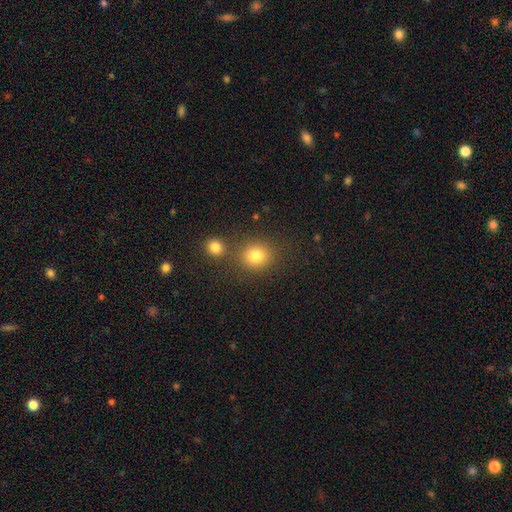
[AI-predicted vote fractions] Smooth or featured?
  - smooth: 80% *
  - star or artifact: 13%
  - featured or disk: 7%
How rounded?
  - round: 81% *
  - in between: 18%
  - cigar-shaped: 1%
Merging?
  - none: 75% *
  - merger: 13%
  - minor disturbance: 9%
  - major disturbance: 4%